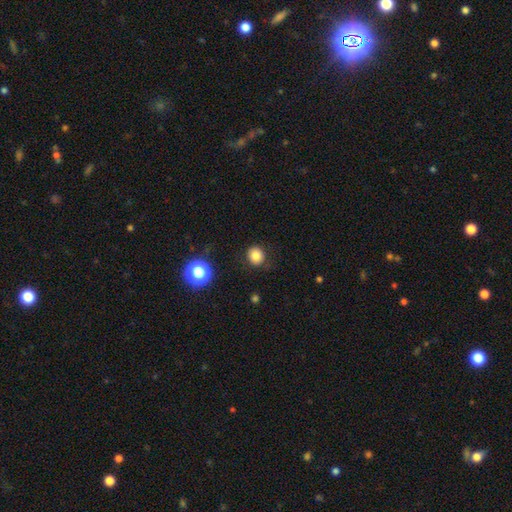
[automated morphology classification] This is clearly a smooth galaxy (81%). How rounded: clearly round (84%). Merging: clearly none (84%).